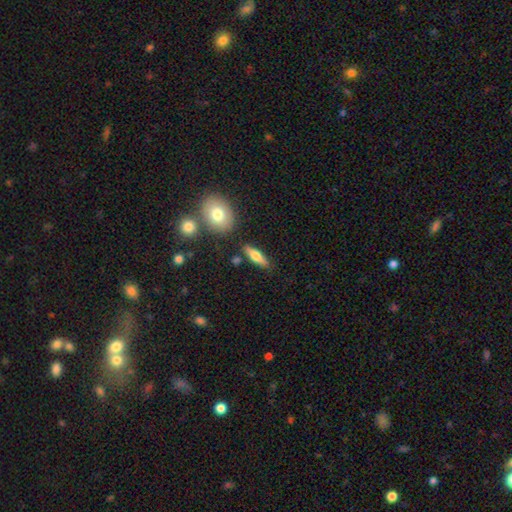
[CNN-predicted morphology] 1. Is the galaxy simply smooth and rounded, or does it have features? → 61% smooth, 32% featured or disk, 7% star or artifact.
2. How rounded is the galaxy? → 53% cigar-shaped, 43% in between, 4% round.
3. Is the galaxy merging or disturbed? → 81% none, 11% minor disturbance, 5% merger, 3% major disturbance.